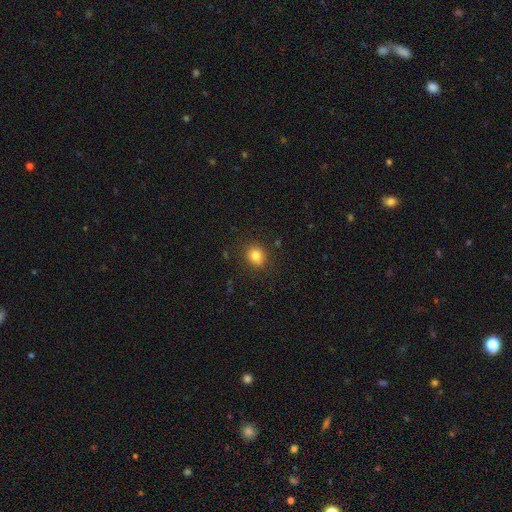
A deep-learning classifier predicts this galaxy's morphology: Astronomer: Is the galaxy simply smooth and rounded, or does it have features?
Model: smooth — 82%.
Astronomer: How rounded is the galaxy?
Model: round — 65%.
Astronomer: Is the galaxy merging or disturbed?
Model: none — 86%.